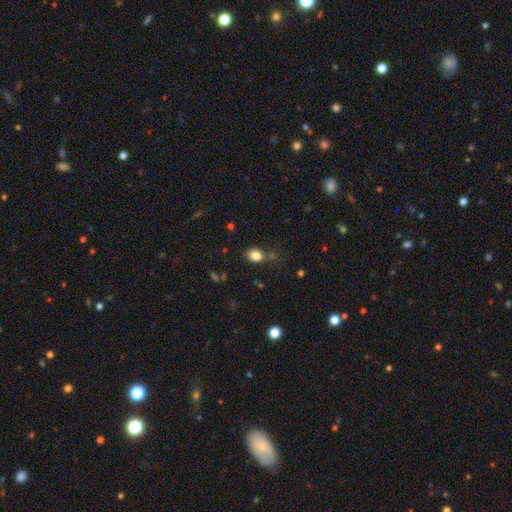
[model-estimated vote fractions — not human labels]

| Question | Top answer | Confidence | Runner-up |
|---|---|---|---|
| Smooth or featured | smooth | 82% | star or artifact (12%) |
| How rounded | in between | 56% | round (43%) |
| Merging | none | 71% | minor disturbance (17%) |